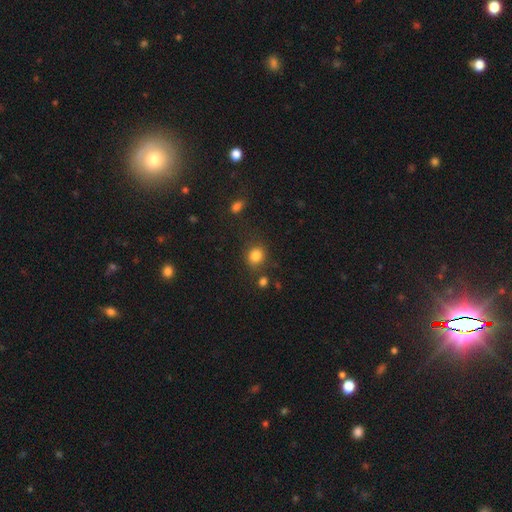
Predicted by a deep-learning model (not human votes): A smooth galaxy with no disk features (83%) that is round (72%). Merging: none (75%).